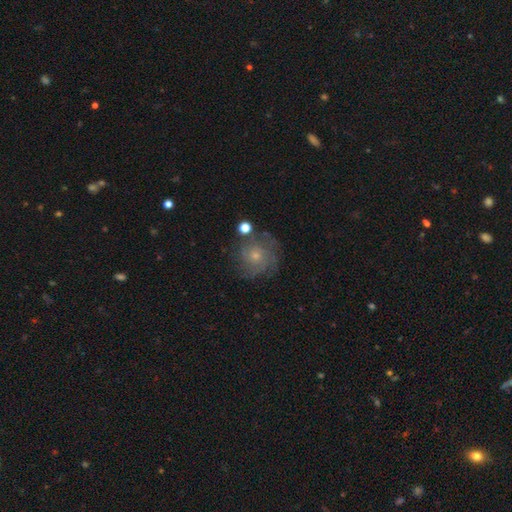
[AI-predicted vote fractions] The model was most divided on "smooth or featured": featured or disk: 55%, smooth: 33%, star or artifact: 12%. More confident: edge-on disk — no (97%); bar — no (84%); spiral arms — yes (78%); merging — none (67%); bulge size — small (65%).